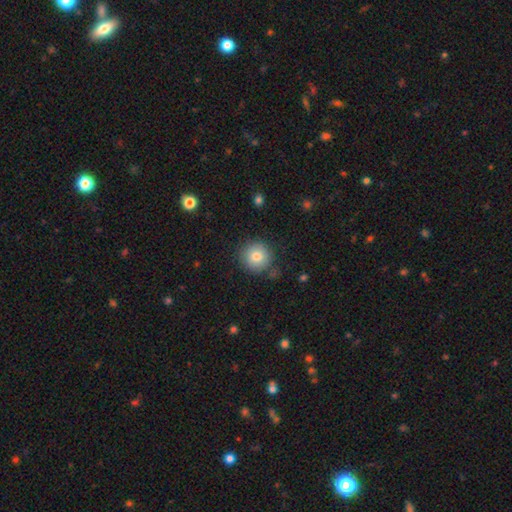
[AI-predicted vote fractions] This appears to be a smooth galaxy with no disk features (81%) that is round (93%). Merging: none (83%).